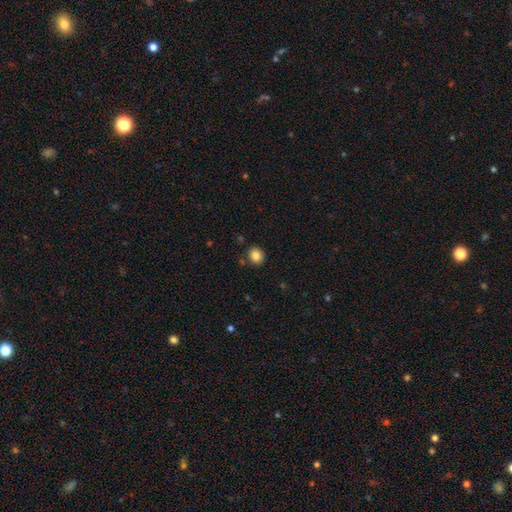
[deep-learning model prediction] Smooth or featured: smooth — 84% (star or artifact — 10%)
How rounded: round — 80% (in between — 19%)
Merging: none — 87% (minor disturbance — 8%)